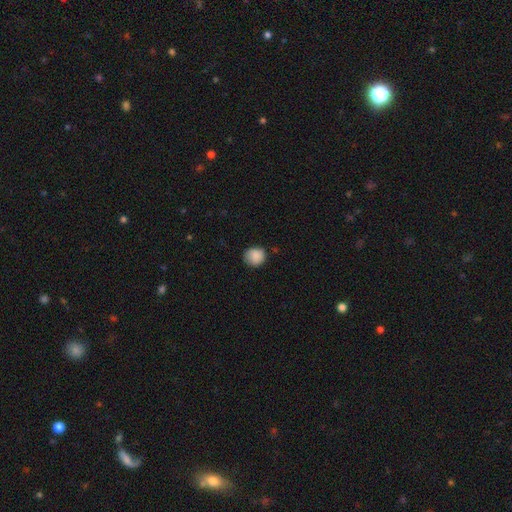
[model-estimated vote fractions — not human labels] A smooth galaxy with no disk features (88%) that is round (84%). Merging: none (76%).